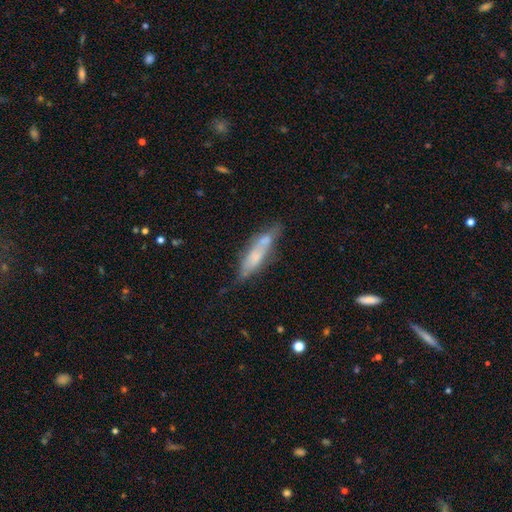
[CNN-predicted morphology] Smooth or featured: smooth — 54% (featured or disk — 38%)
How rounded: cigar-shaped — 68% (in between — 30%)
Merging: none — 49% (minor disturbance — 25%)